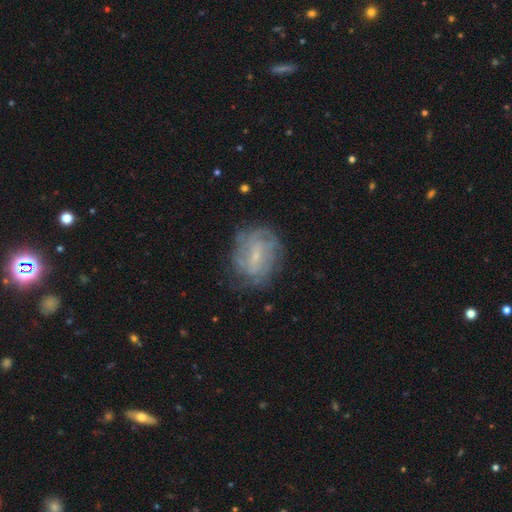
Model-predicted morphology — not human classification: smooth-or-featured: featured or disk: 69% | smooth: 21% | star or artifact: 9%
  disk-edge-on: no: 96% | yes: 4%
    bar: weak: 53% | no: 33% | strong: 14%
    has-spiral-arms: yes: 78% | no: 22%
      spiral-winding: tight: 48% | medium: 35% | loose: 18%
      spiral-arm-count: can't tell: 53% | 2: 15% | 4: 11% | 3: 11% | more than 4: 5% | 1: 4%
    bulge-size: small: 72% | moderate: 17% | none: 9% | large: 1% | dominant: 1%
  merging: none: 69% | minor disturbance: 19% | major disturbance: 10% | merger: 2%